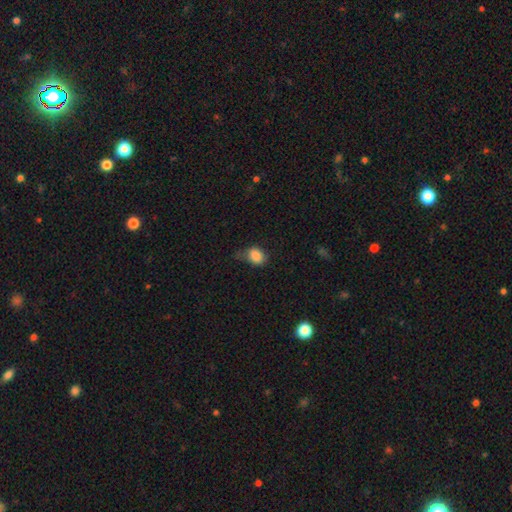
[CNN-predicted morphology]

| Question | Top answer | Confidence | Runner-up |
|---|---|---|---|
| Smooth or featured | smooth | 85% | star or artifact (9%) |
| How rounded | in between | 53% | round (45%) |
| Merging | none | 49% | minor disturbance (35%) |